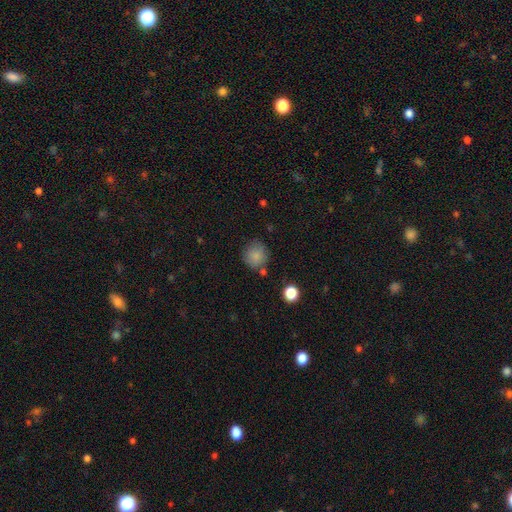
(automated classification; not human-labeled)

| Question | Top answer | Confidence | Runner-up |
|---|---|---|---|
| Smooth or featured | smooth | 84% | star or artifact (10%) |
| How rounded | round | 89% | in between (10%) |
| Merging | none | 74% | minor disturbance (15%) |